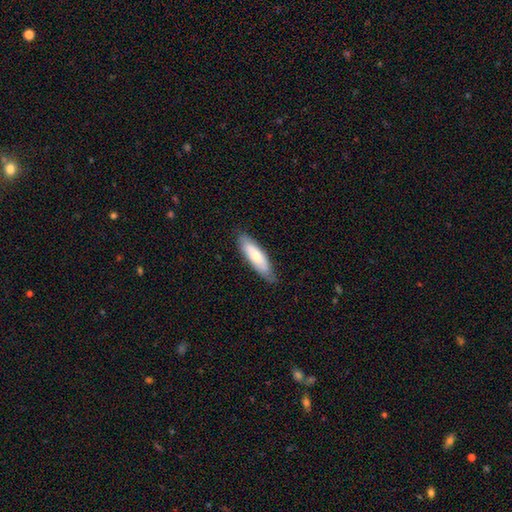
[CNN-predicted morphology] This appears to be a smooth galaxy with no disk features (65%) that is cigar-shaped (55%). Merging: none (78%).